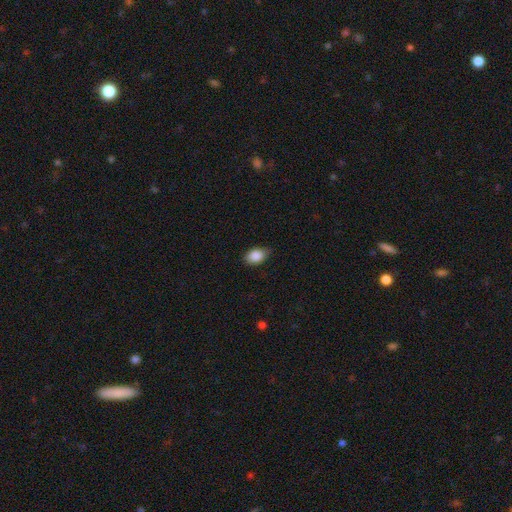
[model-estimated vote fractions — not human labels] This appears to be a smooth galaxy with no disk features (87%) that is in between round and cigar-shaped (82%). Merging: none (74%).